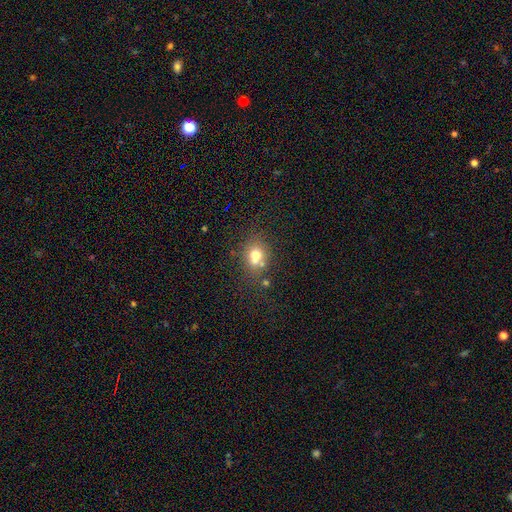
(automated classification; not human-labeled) smooth_or_featured: smooth (p=0.68) [alt: featured or disk p=0.18]
how_rounded: round (p=0.56) [alt: in between p=0.42]
merging: none (p=0.52) [alt: merger p=0.29]